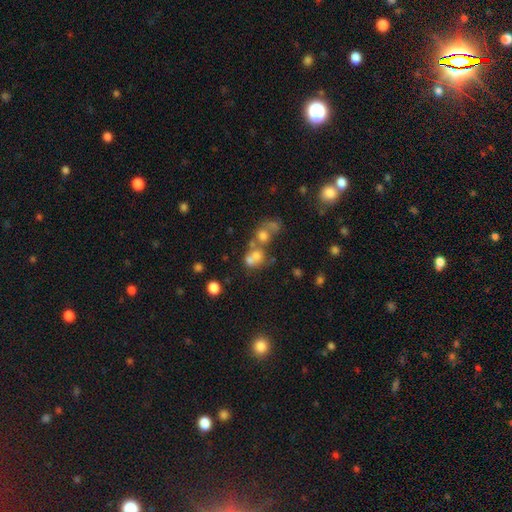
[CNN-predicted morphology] smooth-or-featured: smooth: 59% | featured or disk: 24% | star or artifact: 17%
  how-rounded: round: 74% | in between: 25% | cigar-shaped: 1%
  merging: merger: 56% | none: 29% | minor disturbance: 8% | major disturbance: 7%